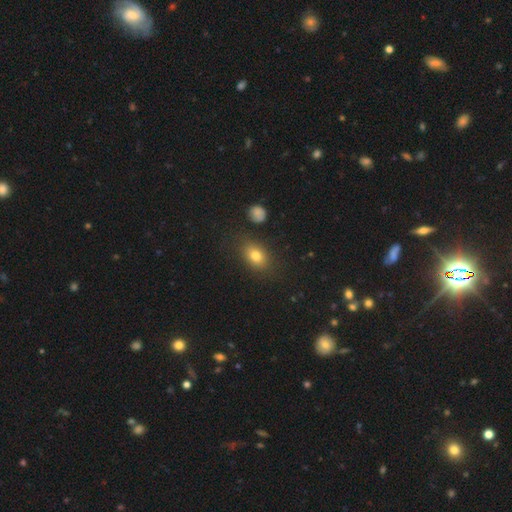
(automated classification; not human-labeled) Q: Smooth or featured?
A: smooth (78%); runner-up: star or artifact (12%)
Q: How rounded?
A: in between (74%); runner-up: round (24%)
Q: Merging?
A: none (79%); runner-up: minor disturbance (13%)